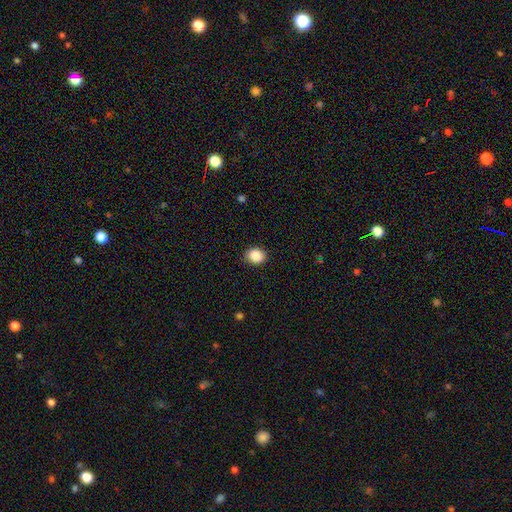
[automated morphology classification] type=smooth (87%); roundness=round (64%); merging=none (87%).